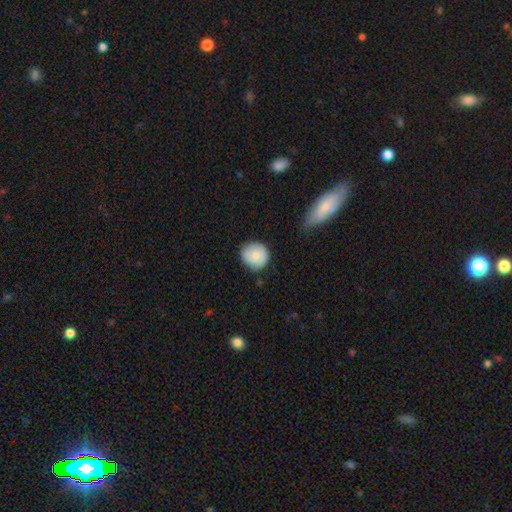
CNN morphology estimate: The model was most divided on "merging": none: 75%, minor disturbance: 19%, major disturbance: 4%, merger: 2%. More confident: how rounded — round (89%); smooth or featured — smooth (81%).